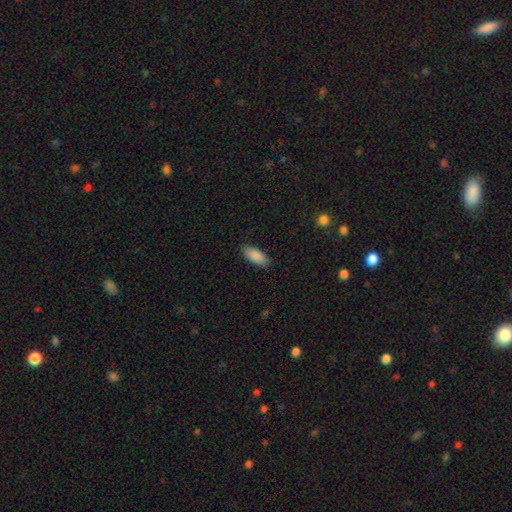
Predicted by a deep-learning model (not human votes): This is clearly a smooth galaxy (90%). How rounded: clearly in between (85%). Merging: clearly none (88%).